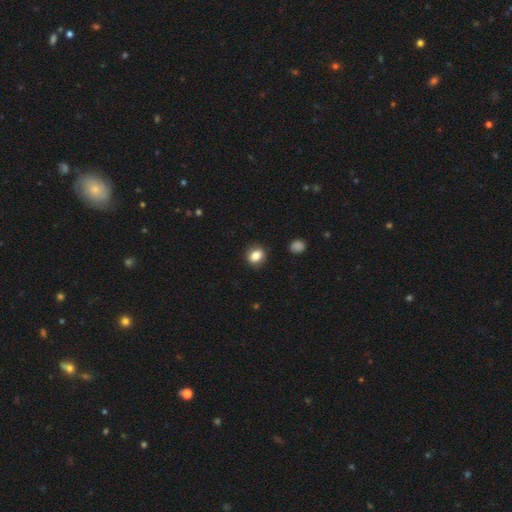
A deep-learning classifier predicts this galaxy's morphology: This is clearly a smooth galaxy (82%). How rounded: possibly round (59%). Merging: clearly none (88%).